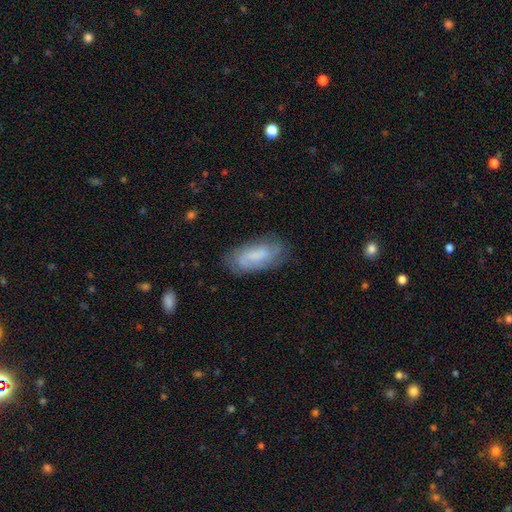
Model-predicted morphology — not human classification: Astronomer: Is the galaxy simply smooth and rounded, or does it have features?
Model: smooth — 53% (runner-up: featured or disk, 39%).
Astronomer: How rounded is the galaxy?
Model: in between — 85%.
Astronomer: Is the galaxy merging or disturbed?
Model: none — 70%.